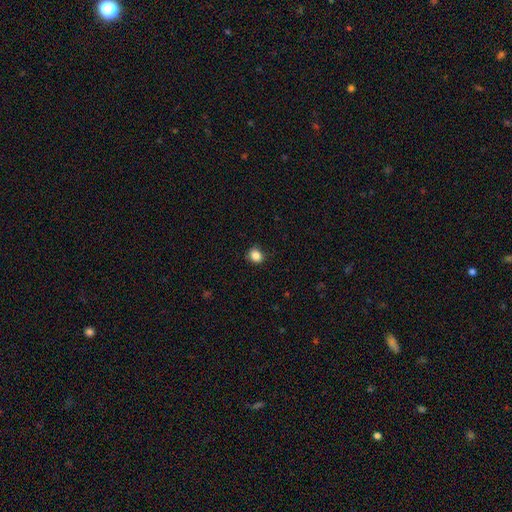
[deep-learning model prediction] smooth_or_featured: smooth (p=0.86) [alt: star or artifact p=0.11]
how_rounded: round (p=0.69) [alt: in between p=0.31]
merging: none (p=0.85) [alt: minor disturbance p=0.12]